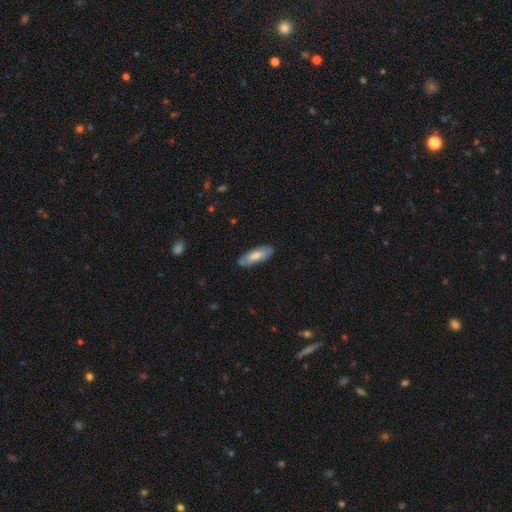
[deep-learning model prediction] Morphology: type=smooth (60%); roundness=in between (63%); merging=none (83%).